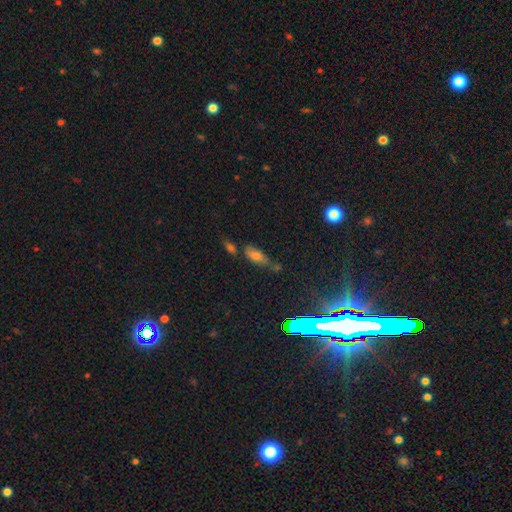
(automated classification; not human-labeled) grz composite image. It shows a smooth galaxy with no disk features (63%) that is in between round and cigar-shaped (78%). Merging: none (41%).